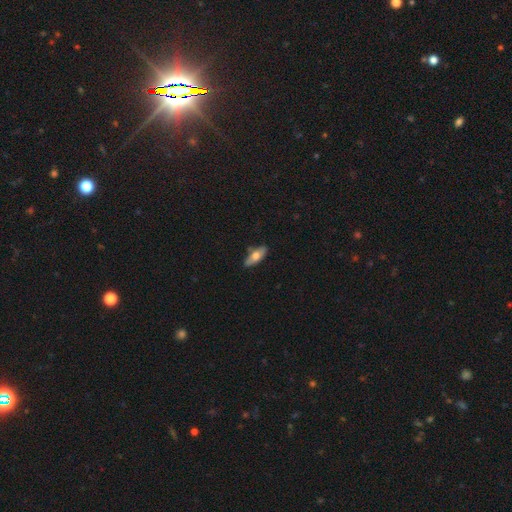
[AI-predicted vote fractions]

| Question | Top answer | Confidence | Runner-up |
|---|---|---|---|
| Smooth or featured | smooth | 64% | featured or disk (30%) |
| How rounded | in between | 71% | cigar-shaped (27%) |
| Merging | none | 78% | minor disturbance (16%) |